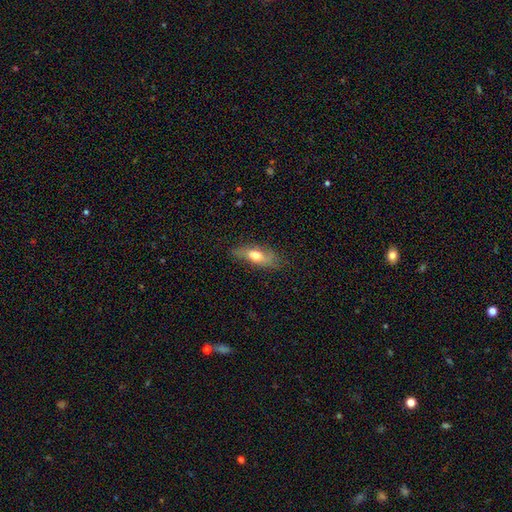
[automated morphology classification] smooth_or_featured: smooth (p=0.61) [alt: featured or disk p=0.32]
how_rounded: in between (p=0.67) [alt: cigar-shaped p=0.29]
merging: none (p=0.72) [alt: minor disturbance p=0.21]